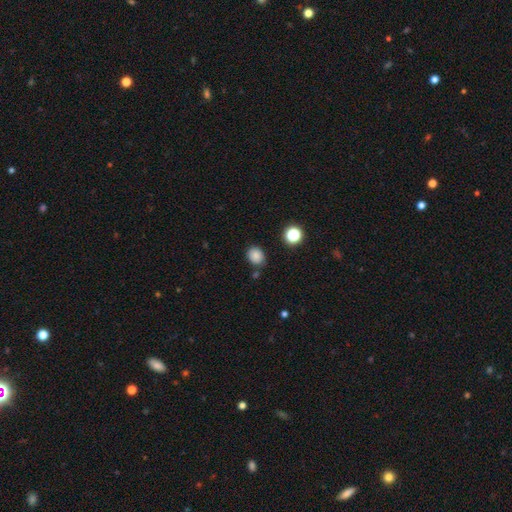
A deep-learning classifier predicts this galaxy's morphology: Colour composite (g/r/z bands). It shows a smooth galaxy with no disk features (83%) that is round (59%). Merging: none (80%).